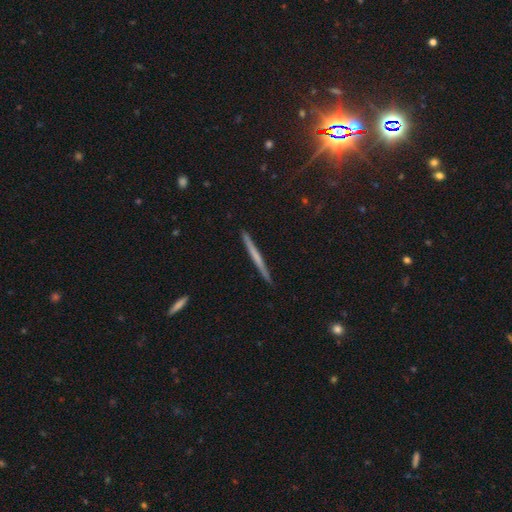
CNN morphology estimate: type=featured or disk (51%); edge-on=yes (98%); edge-on bulge=none (83%); merging=none (92%).